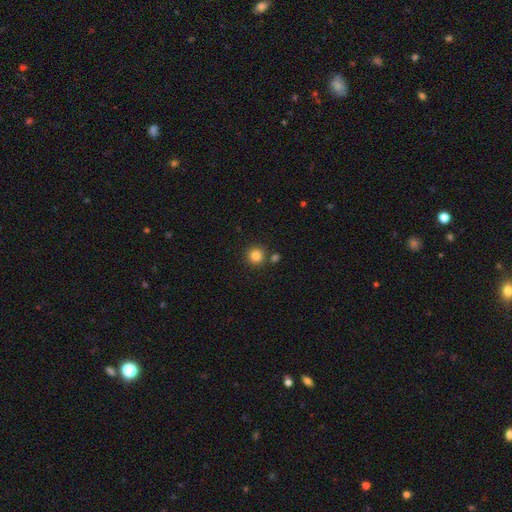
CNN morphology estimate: A smooth galaxy with no disk features (84%) that is round (94%). Merging: none (82%).